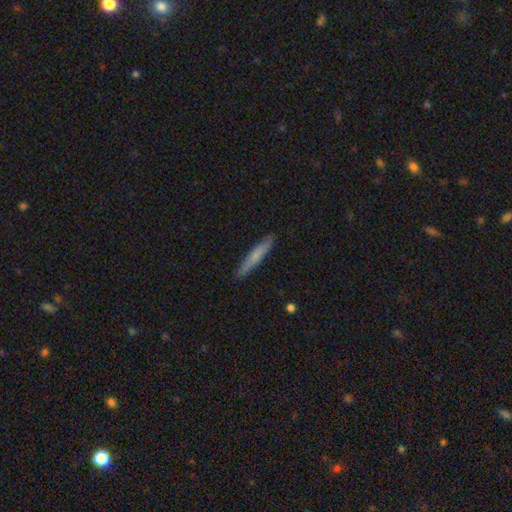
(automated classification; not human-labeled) Morphology: type=smooth (70%); roundness=cigar-shaped (95%); merging=none (87%).